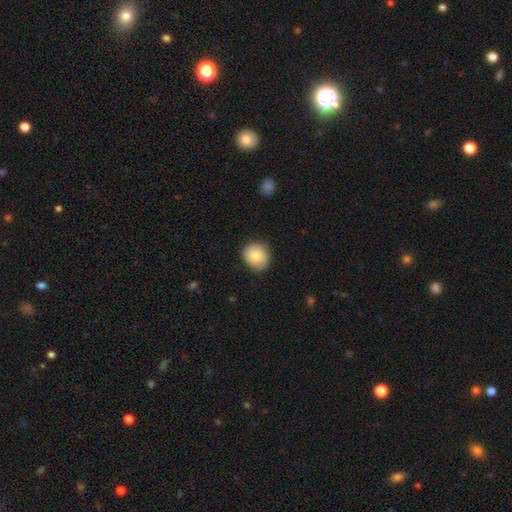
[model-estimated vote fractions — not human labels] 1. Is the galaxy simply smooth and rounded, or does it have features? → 79% smooth, 13% featured or disk, 8% star or artifact.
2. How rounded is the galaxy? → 78% round, 21% in between, 1% cigar-shaped.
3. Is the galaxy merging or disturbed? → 82% none, 15% minor disturbance, 3% major disturbance, 1% merger.